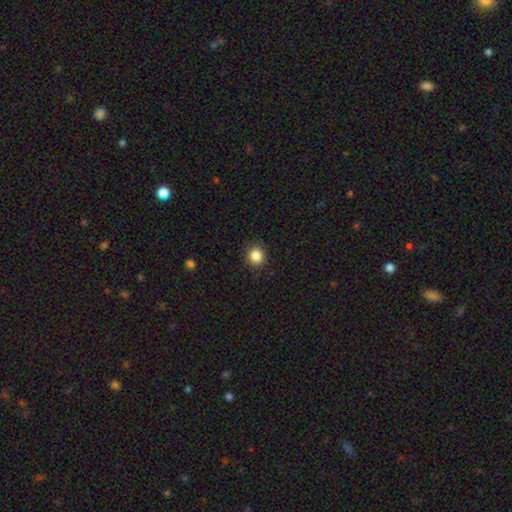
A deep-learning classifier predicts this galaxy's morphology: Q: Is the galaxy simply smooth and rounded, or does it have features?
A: smooth — 86%.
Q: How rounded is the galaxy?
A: round — 87%.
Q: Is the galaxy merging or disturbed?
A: none — 88%.